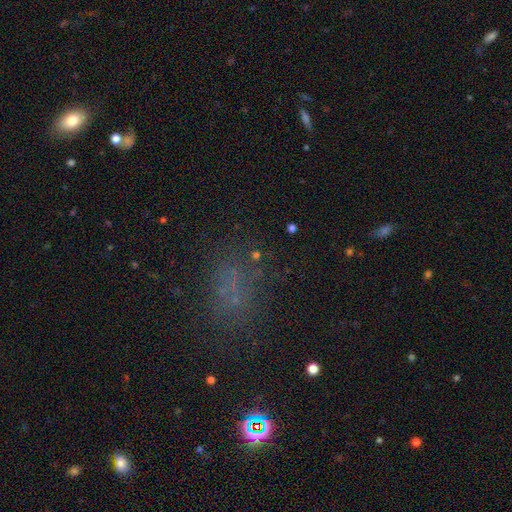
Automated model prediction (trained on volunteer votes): A star or artifact, not a galaxy (42%).